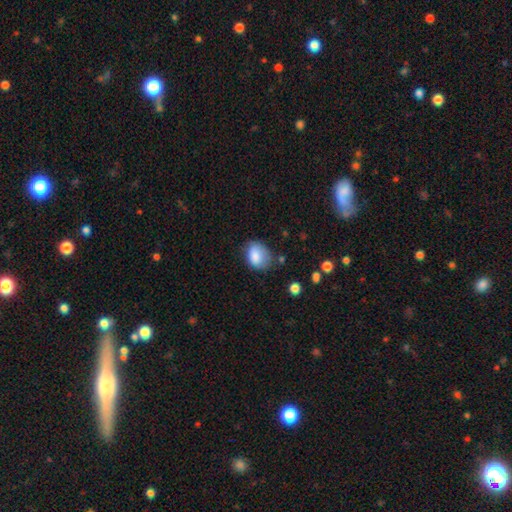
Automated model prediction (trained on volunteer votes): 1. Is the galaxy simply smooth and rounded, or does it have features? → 84% smooth, 8% star or artifact, 8% featured or disk.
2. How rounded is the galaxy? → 68% in between, 31% round, 1% cigar-shaped.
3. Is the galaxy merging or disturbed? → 55% none, 32% minor disturbance, 9% major disturbance, 4% merger.